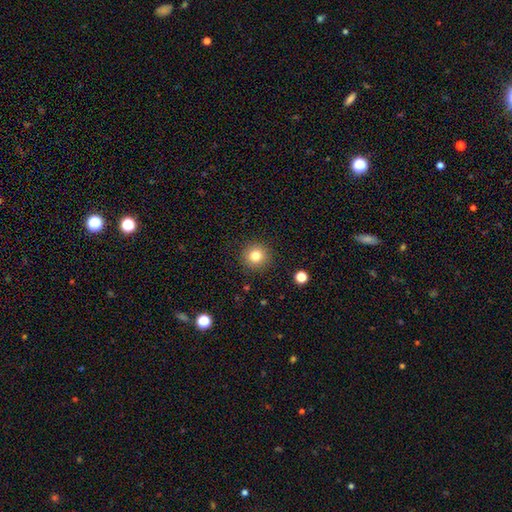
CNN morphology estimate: Smooth or featured?
  - smooth: 81% *
  - star or artifact: 12%
  - featured or disk: 7%
How rounded?
  - round: 94% *
  - in between: 5%
  - cigar-shaped: 1%
Merging?
  - none: 90% *
  - minor disturbance: 6%
  - major disturbance: 2%
  - merger: 1%